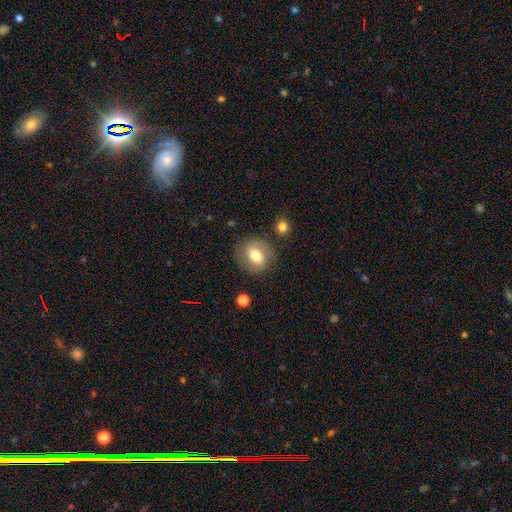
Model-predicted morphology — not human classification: Smooth or featured? smooth (66%)
How rounded? round (67%)
Merging? none (81%)